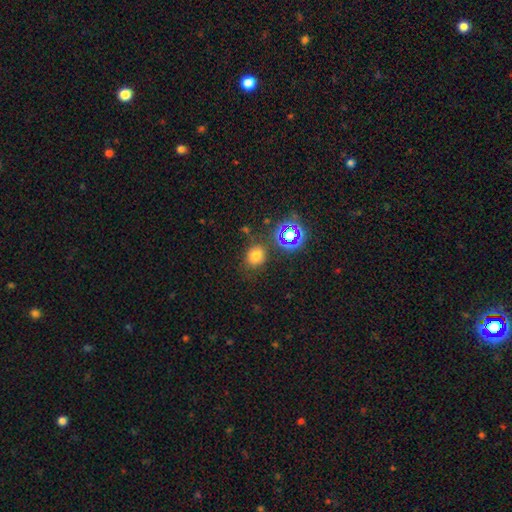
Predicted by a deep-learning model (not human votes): smooth_or_featured: smooth (p=0.69) [alt: star or artifact p=0.23]
how_rounded: round (p=0.66) [alt: in between p=0.33]
merging: none (p=0.75) [alt: minor disturbance p=0.14]